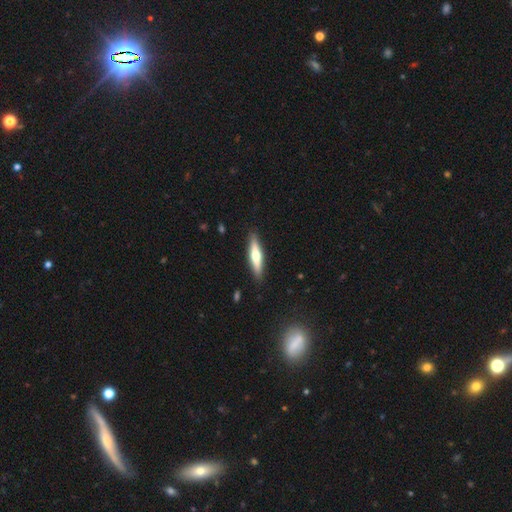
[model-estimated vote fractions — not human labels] Morphology: type=featured or disk (48%); merging=none (89%).